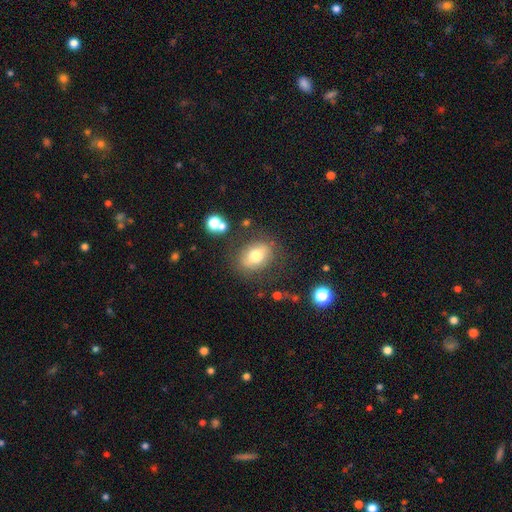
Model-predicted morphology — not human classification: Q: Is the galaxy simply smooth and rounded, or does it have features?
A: smooth — 66%.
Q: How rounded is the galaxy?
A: in between — 64%.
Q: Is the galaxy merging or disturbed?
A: none — 76%.